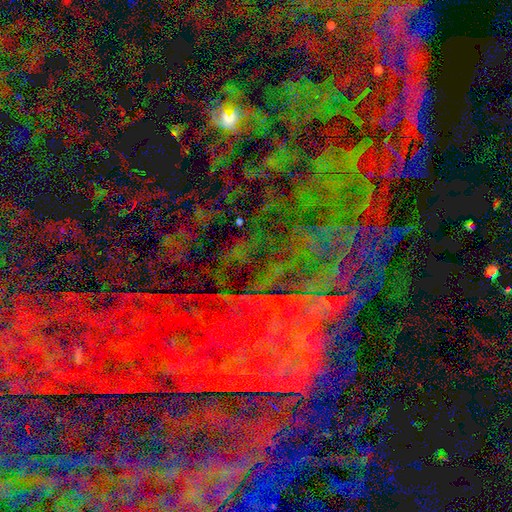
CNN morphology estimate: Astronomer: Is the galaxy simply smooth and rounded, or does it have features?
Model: star or artifact — 81%.